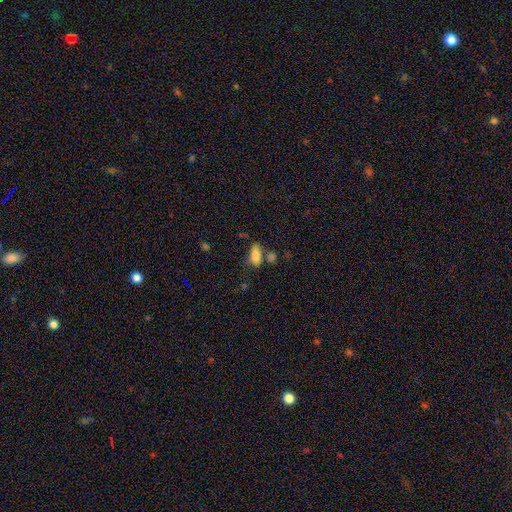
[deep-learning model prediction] A smooth galaxy with no disk features (81%) that is in between round and cigar-shaped (84%).

Vote fractions:
- Smooth or featured? smooth: 81% / star or artifact: 10% / featured or disk: 9%
- How rounded? in between: 84% / cigar-shaped: 12% / round: 4%
- Merging? none: 48% / minor disturbance: 22% / merger: 20% / major disturbance: 10%